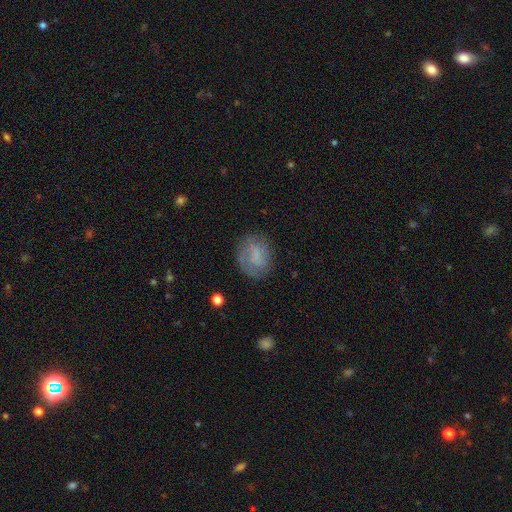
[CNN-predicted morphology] Smooth or featured? smooth (59%)
How rounded? in between (50%)
Merging? none (68%)